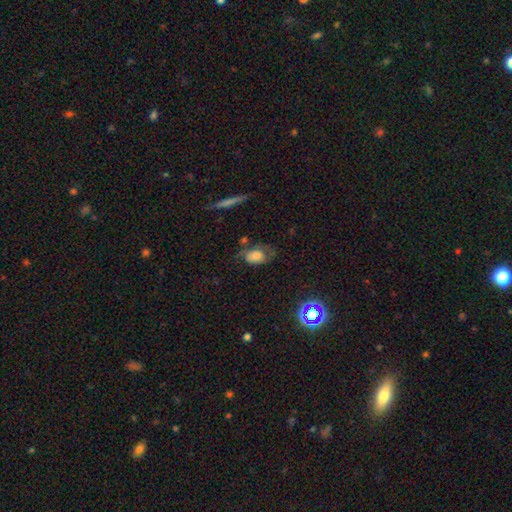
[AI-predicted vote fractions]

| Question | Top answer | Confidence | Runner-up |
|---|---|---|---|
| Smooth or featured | smooth | 55% | featured or disk (35%) |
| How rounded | in between | 84% | round (14%) |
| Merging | none | 43% | minor disturbance (28%) |